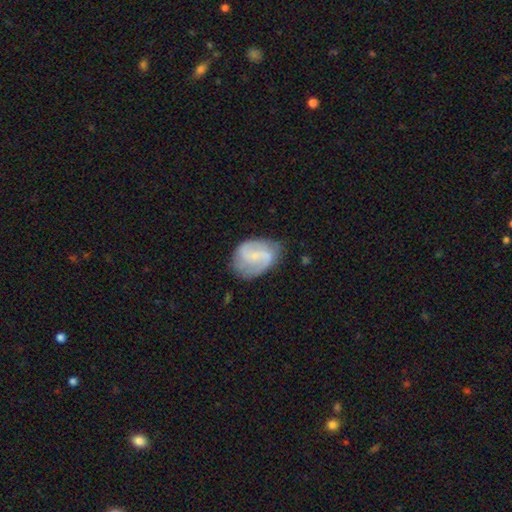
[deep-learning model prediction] The model was most divided on "spiral winding": medium: 47%, loose: 35%, tight: 18%. Remaining: edge-on disk — no (98%); spiral arms — yes (94%); spiral arm count — 2 (85%); smooth or featured — featured or disk (76%); merging — none (71%); bulge size — small (62%); bar — weak (49%).